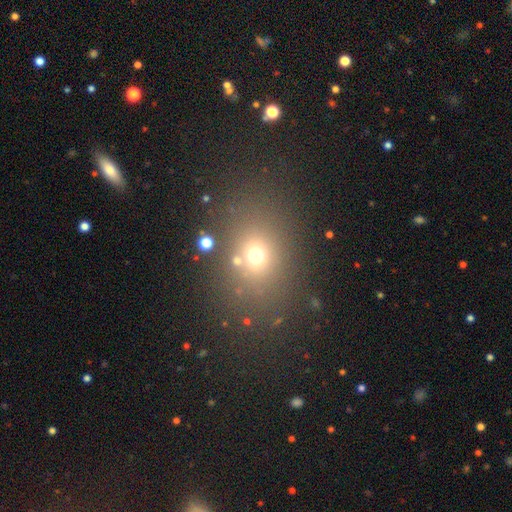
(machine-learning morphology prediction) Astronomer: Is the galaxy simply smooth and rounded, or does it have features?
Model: smooth — 66%.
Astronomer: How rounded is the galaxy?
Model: round — 54% (runner-up: in between, 45%).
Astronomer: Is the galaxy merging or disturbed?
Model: none — 76%.